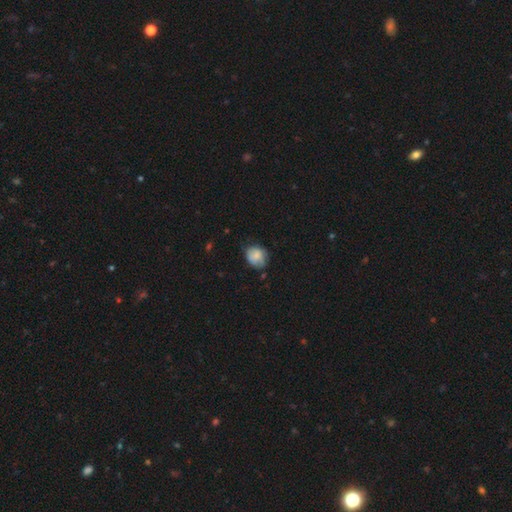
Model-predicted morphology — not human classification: Q: Smooth or featured?
A: smooth (76%); runner-up: featured or disk (16%)
Q: How rounded?
A: round (63%); runner-up: in between (36%)
Q: Merging?
A: none (58%); runner-up: minor disturbance (33%)